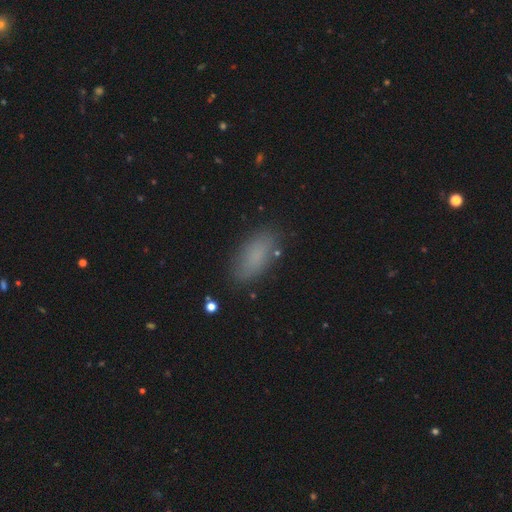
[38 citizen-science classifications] smooth_or_featured: smooth (p=0.92) [alt: star or artifact p=0.05]
how_rounded: in between (p=0.77) [alt: cigar-shaped p=0.17]
merging: none (p=0.86) [alt: minor disturbance p=0.08]